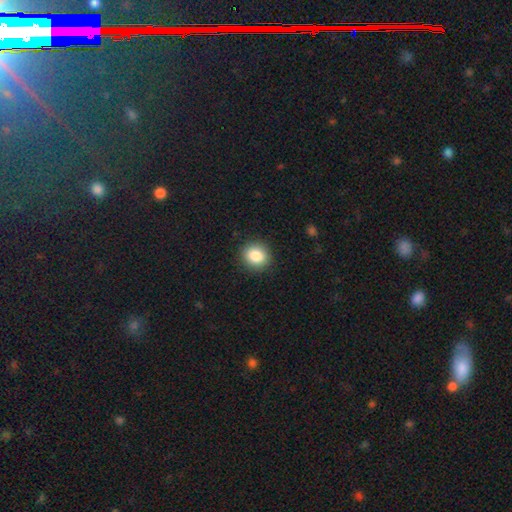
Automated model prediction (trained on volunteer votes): This appears to be a smooth galaxy with no disk features (86%) that is round (76%). Merging: none (90%).